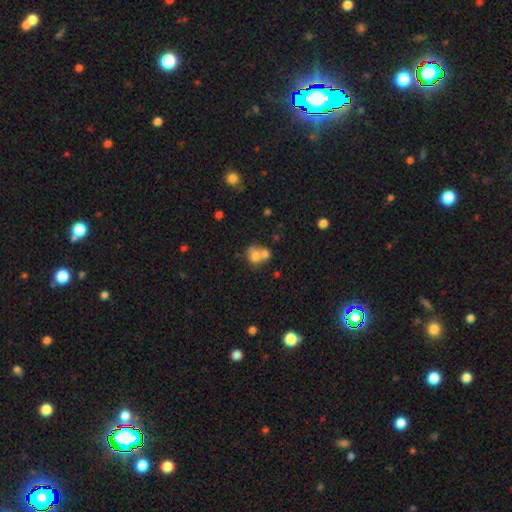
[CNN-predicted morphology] A smooth galaxy with no disk features (69%) that is round (67%).

Vote fractions:
- Smooth or featured? smooth: 69% / featured or disk: 20% / star or artifact: 11%
- How rounded? round: 67% / in between: 33% / cigar-shaped: 1%
- Merging? merger: 61% / none: 27% / minor disturbance: 8% / major disturbance: 4%